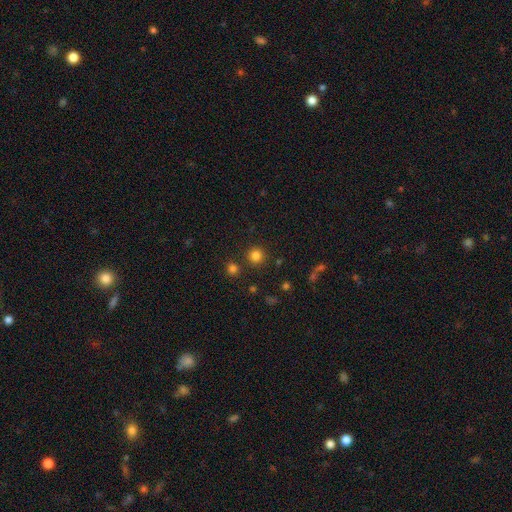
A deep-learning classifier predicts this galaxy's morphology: Smooth or featured? smooth (81%)
How rounded? round (95%)
Merging? none (87%)